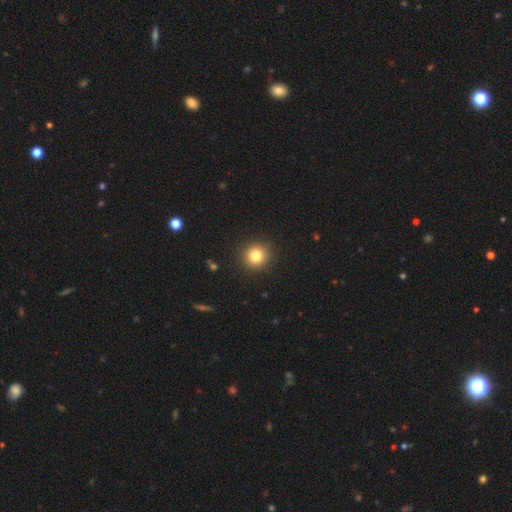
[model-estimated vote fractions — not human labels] smooth-or-featured: smooth: 82% | star or artifact: 11% | featured or disk: 7%
  how-rounded: round: 93% | in between: 6% | cigar-shaped: 1%
  merging: none: 92% | minor disturbance: 5% | major disturbance: 2% | merger: 1%